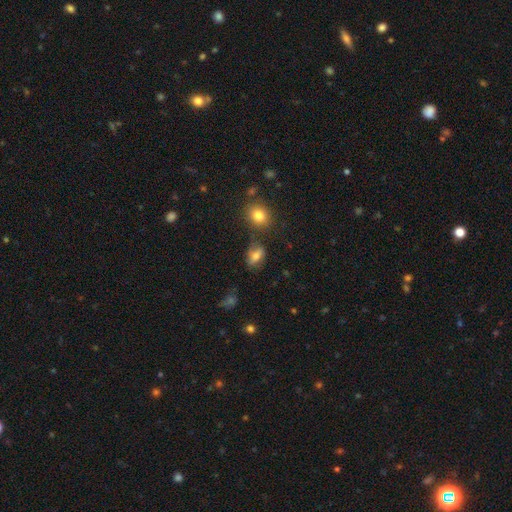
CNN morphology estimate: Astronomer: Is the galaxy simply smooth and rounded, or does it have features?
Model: smooth — 72%.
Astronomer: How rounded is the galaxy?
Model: in between — 80%.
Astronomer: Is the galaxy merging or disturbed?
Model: none — 65%.